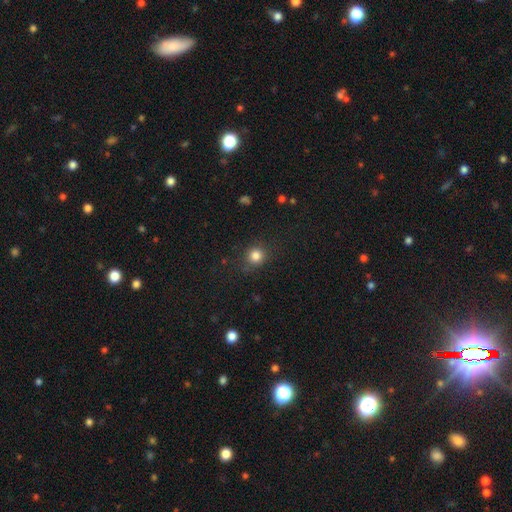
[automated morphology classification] Q: Smooth or featured?
A: smooth (83%); runner-up: star or artifact (12%)
Q: How rounded?
A: round (88%); runner-up: in between (11%)
Q: Merging?
A: none (84%); runner-up: minor disturbance (10%)